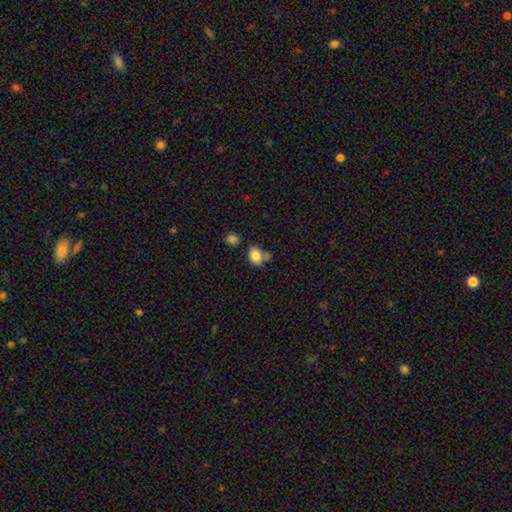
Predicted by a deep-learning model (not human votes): A smooth galaxy with no disk features (82%) that is in between round and cigar-shaped (63%). Merging: none (52%).